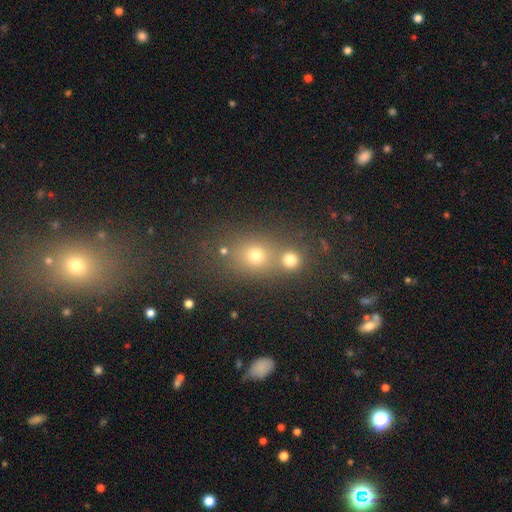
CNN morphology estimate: Overall: smooth (57%; star or artifact 31%). How rounded: round (73%). Merging: none (56%; merger 32%).